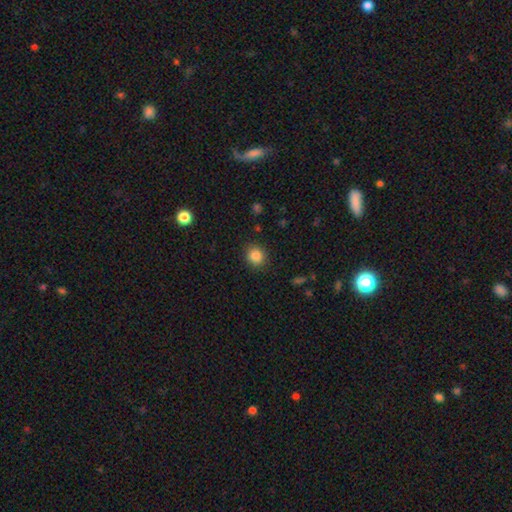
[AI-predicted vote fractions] Smooth or featured: smooth — 85% (star or artifact — 10%)
How rounded: round — 83% (in between — 16%)
Merging: none — 89% (minor disturbance — 7%)